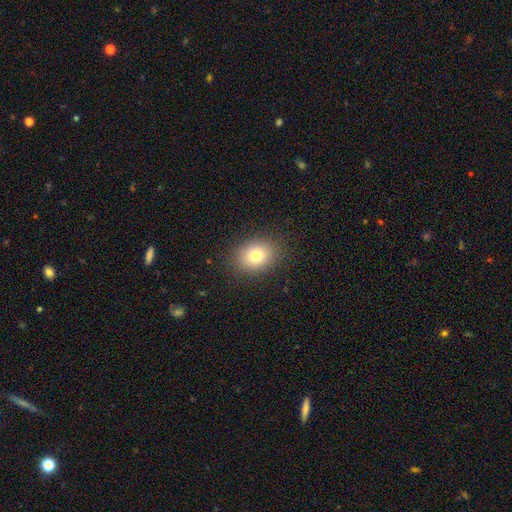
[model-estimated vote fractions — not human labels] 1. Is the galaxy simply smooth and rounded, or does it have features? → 78% smooth, 12% star or artifact, 11% featured or disk.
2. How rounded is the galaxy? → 56% in between, 44% round, 1% cigar-shaped.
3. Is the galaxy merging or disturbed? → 87% none, 9% minor disturbance, 3% major disturbance, 1% merger.